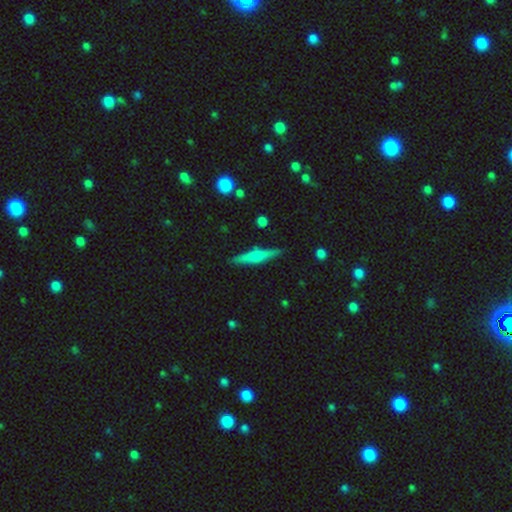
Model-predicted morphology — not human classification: This is possibly a featured or disk galaxy (53%). It is clearly viewed edge-on (96%). Edge-on bulge: likely rounded (68%). Merging: clearly none (87%).